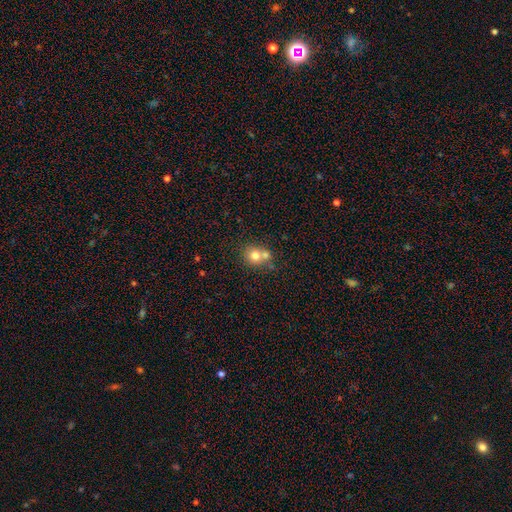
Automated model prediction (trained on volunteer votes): smooth 74%, featured or disk 15%, star or artifact 11%. Down the decision tree: how rounded — round (81%); merging — merger (47%).